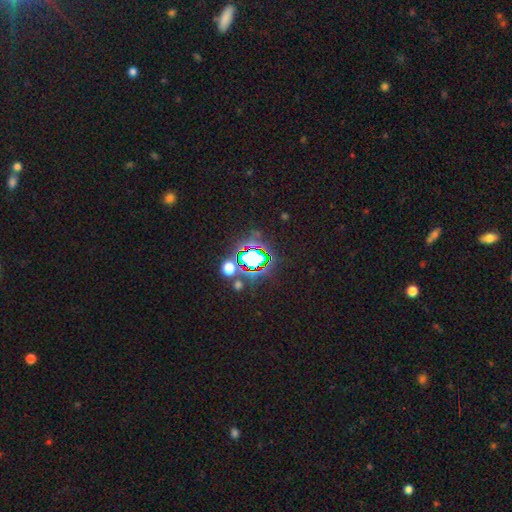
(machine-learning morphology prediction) type=star or artifact (66%).